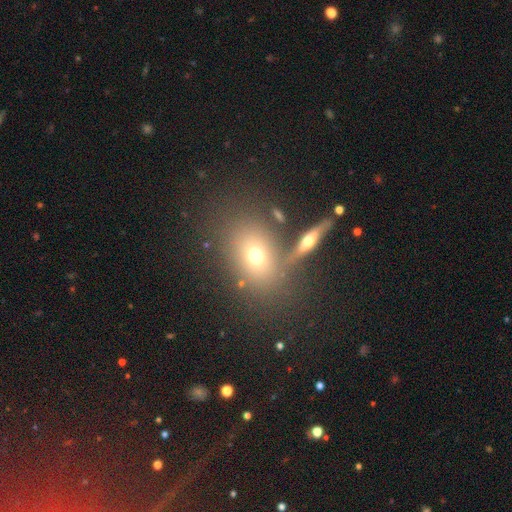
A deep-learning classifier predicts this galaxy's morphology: A smooth galaxy with no disk features (64%) that is in between round and cigar-shaped (64%). Merging: none (68%).